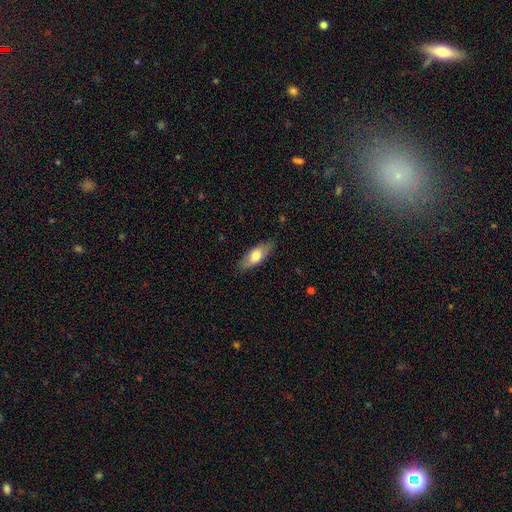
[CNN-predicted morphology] smooth-or-featured: smooth: 70% | featured or disk: 24% | star or artifact: 6%
  how-rounded: in between: 75% | cigar-shaped: 22% | round: 3%
  merging: none: 85% | minor disturbance: 11% | major disturbance: 2% | merger: 1%